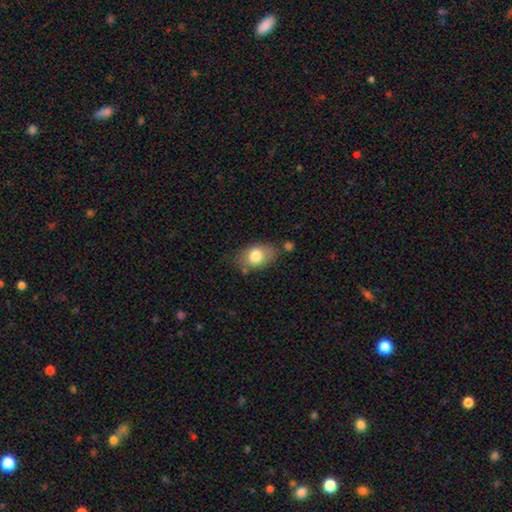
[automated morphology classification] Smooth or featured: smooth — 78% (featured or disk — 14%)
How rounded: in between — 82% (round — 17%)
Merging: none — 64% (minor disturbance — 21%)